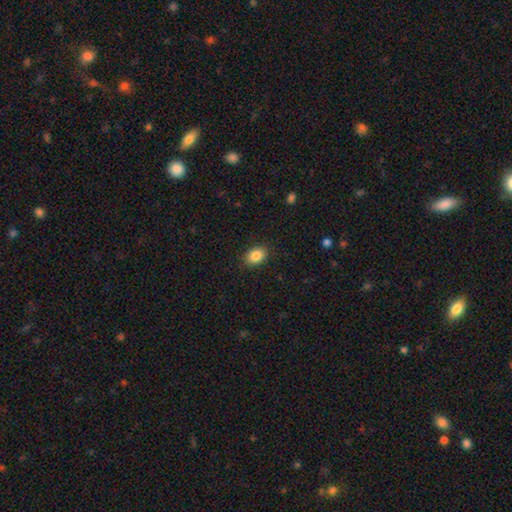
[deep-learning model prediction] Morphology: type=smooth (87%); roundness=in between (77%); merging=none (88%).